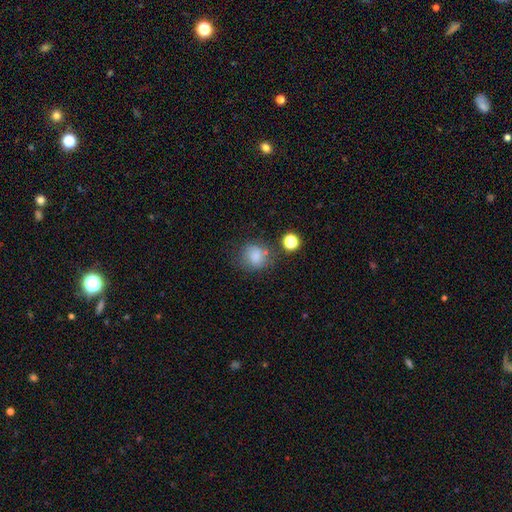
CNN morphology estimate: The model was most divided on "merging": none: 62%, minor disturbance: 21%, major disturbance: 9%, merger: 9%. More confident: smooth or featured — smooth (78%); how rounded — round (76%).